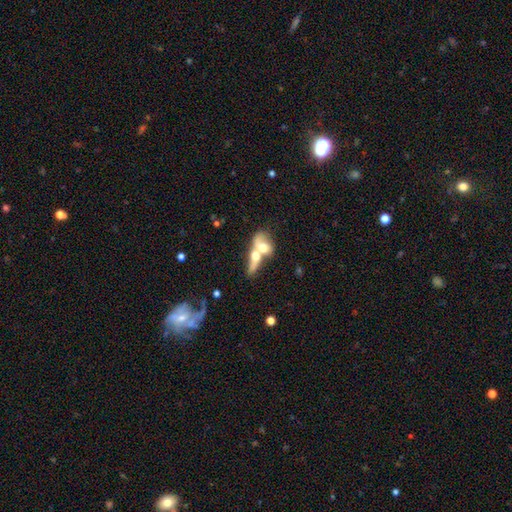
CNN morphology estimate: A smooth galaxy with no disk features (54%) that is in between round and cigar-shaped (61%).

Vote fractions:
- Smooth or featured? smooth: 54% / featured or disk: 39% / star or artifact: 8%
- How rounded? in between: 61% / round: 22% / cigar-shaped: 17%
- Merging? merger: 80% / none: 10% / major disturbance: 6% / minor disturbance: 5%